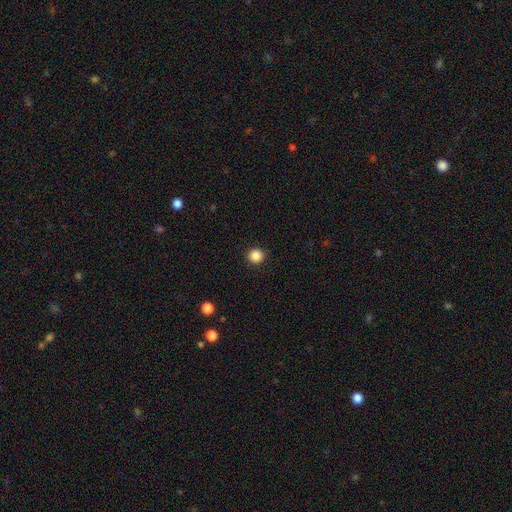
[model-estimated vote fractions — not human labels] smooth 87%, star or artifact 10%, featured or disk 3%. Down the decision tree: how rounded — round (93%); merging — none (92%).